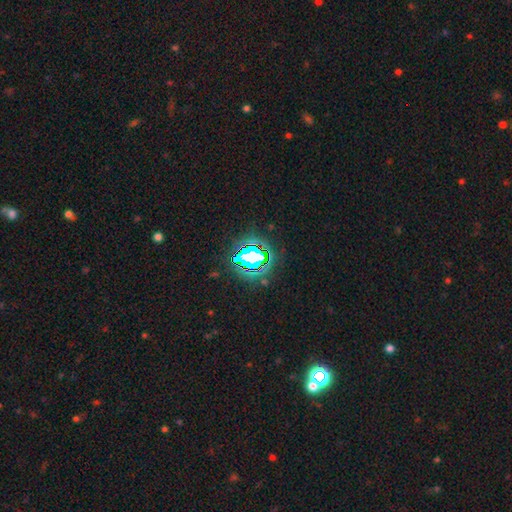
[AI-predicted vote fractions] Smooth or featured? Predicted: star or artifact (p=0.71).